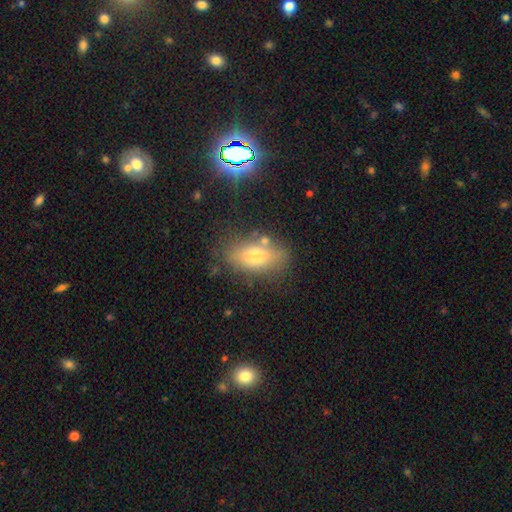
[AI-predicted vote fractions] The model was most divided on "smooth or featured": smooth: 72%, featured or disk: 18%, star or artifact: 10%. More confident: how rounded — in between (87%); merging — none (73%).